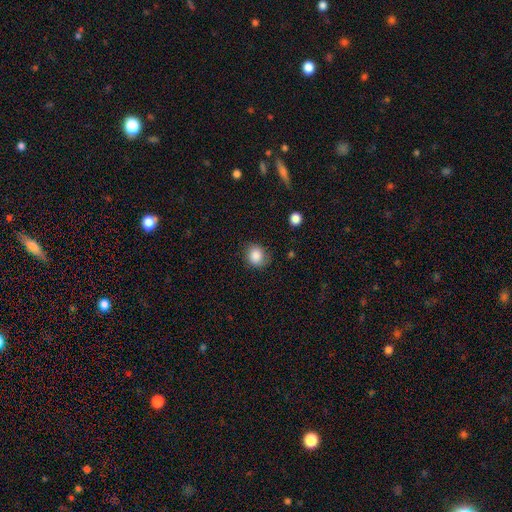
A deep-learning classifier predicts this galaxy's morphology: smooth-or-featured: smooth: 86% | star or artifact: 9% | featured or disk: 6%
  how-rounded: round: 72% | in between: 27% | cigar-shaped: 1%
  merging: none: 72% | minor disturbance: 21% | major disturbance: 6% | merger: 2%